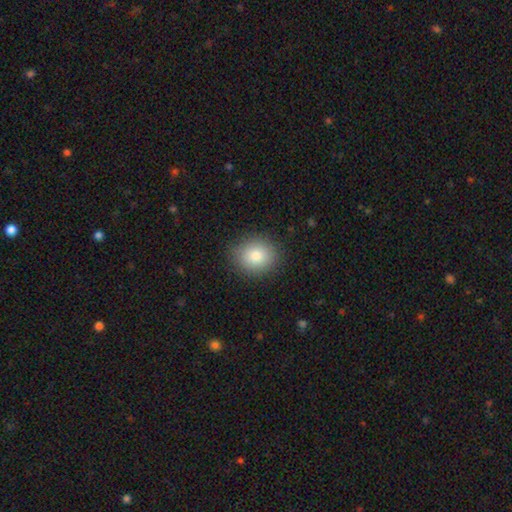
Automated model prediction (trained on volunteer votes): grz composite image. It shows a smooth galaxy with no disk features (83%) that is round (65%). Merging: none (87%).